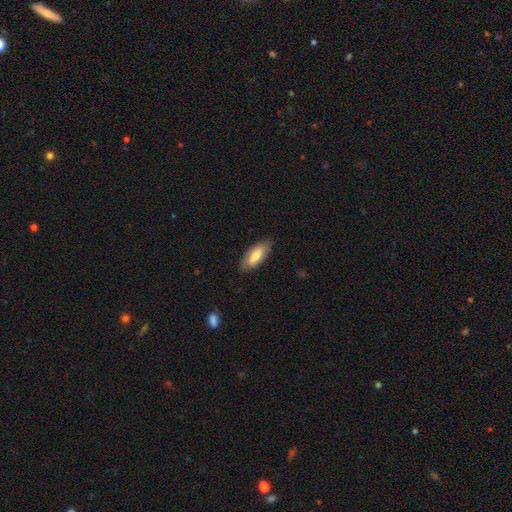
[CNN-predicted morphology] smooth 68%, featured or disk 26%, star or artifact 6%. Down the decision tree: how rounded — in between (83%); merging — none (86%).